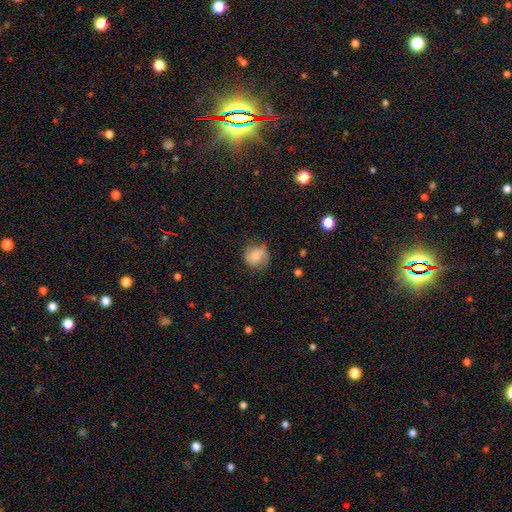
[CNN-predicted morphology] smooth 71%, featured or disk 21%, star or artifact 8%. Down the decision tree: how rounded — round (83%); merging — none (67%).